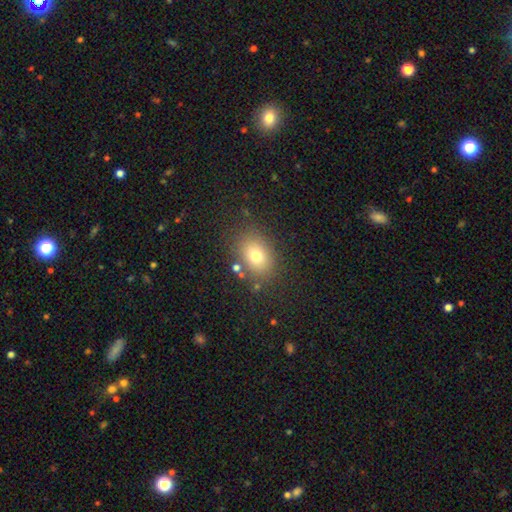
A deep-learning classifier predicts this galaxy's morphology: Smooth or featured?
  - smooth: 75% *
  - star or artifact: 13%
  - featured or disk: 12%
How rounded?
  - in between: 65% *
  - round: 34%
  - cigar-shaped: 1%
Merging?
  - none: 81% *
  - minor disturbance: 11%
  - major disturbance: 4%
  - merger: 4%